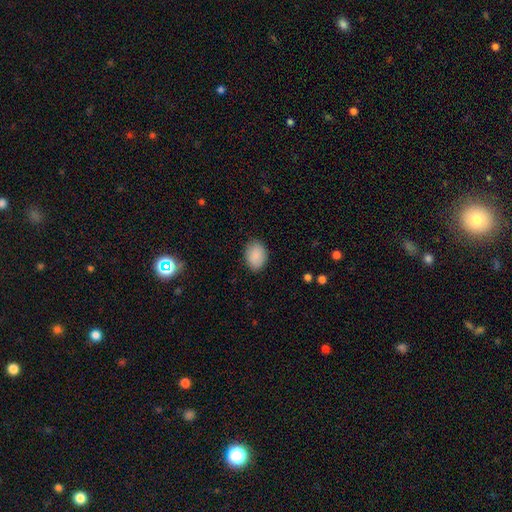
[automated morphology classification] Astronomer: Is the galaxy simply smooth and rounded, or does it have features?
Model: smooth — 89%.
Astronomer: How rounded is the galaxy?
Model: in between — 73%.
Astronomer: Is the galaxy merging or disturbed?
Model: none — 85%.